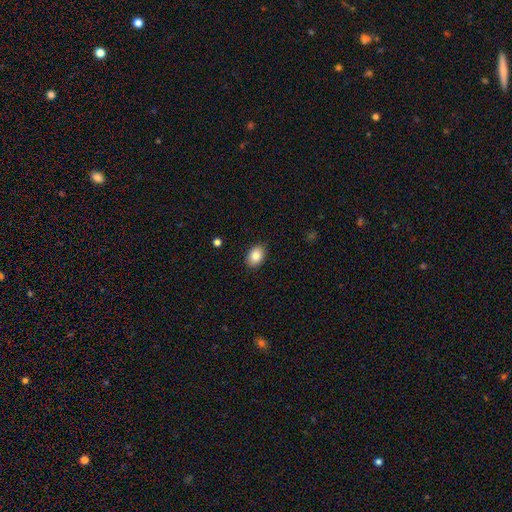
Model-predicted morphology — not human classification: smooth-or-featured: smooth: 86% | star or artifact: 8% | featured or disk: 6%
  how-rounded: in between: 77% | round: 22% | cigar-shaped: 1%
  merging: none: 88% | minor disturbance: 9% | major disturbance: 2% | merger: 1%